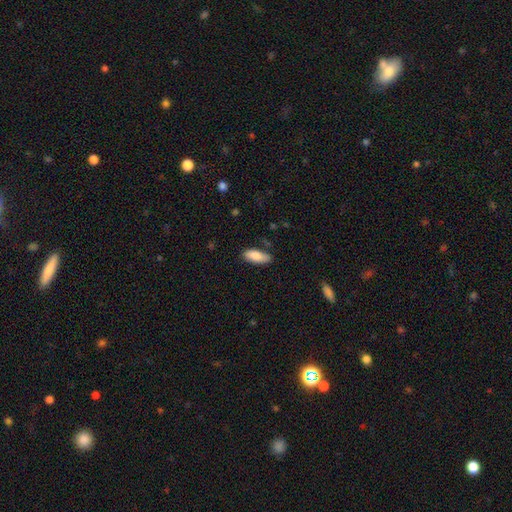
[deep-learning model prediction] This appears to be a smooth galaxy with no disk features (83%) that is in between round and cigar-shaped (82%). Merging: none (76%).